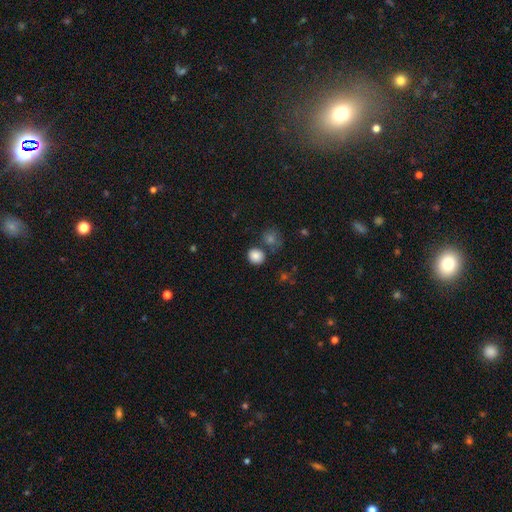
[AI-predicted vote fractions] This appears to be a smooth galaxy with no disk features (84%) that is round (80%). Merging: none (75%).